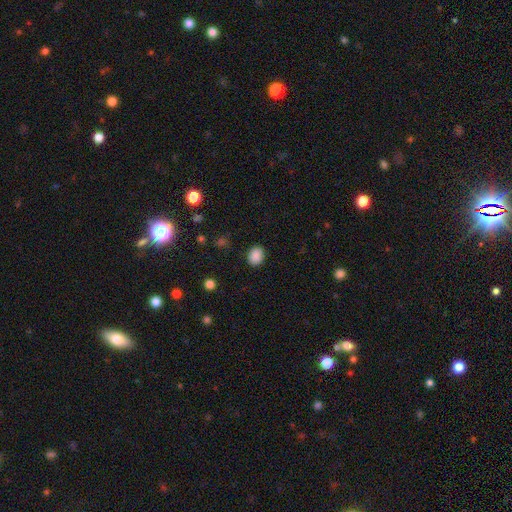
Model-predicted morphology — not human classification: Smooth or featured?
  - smooth: 88% *
  - star or artifact: 9%
  - featured or disk: 3%
How rounded?
  - round: 53% *
  - in between: 46%
  - cigar-shaped: 1%
Merging?
  - none: 89% *
  - minor disturbance: 8%
  - major disturbance: 2%
  - merger: 1%